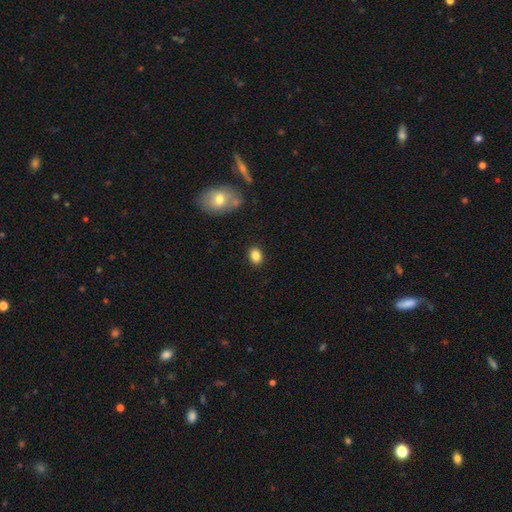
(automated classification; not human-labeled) Morphology: type=smooth (84%); roundness=in between (60%); merging=none (88%).